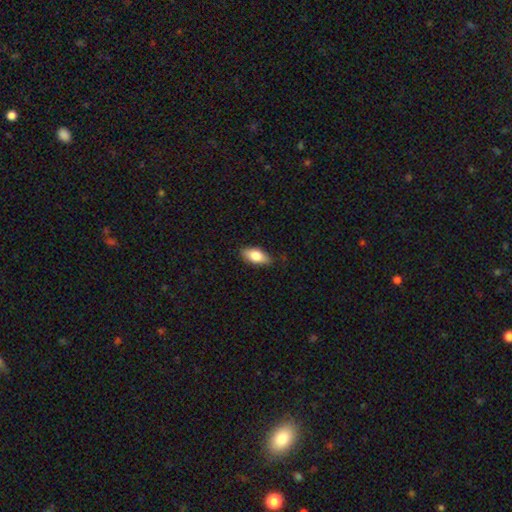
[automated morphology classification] This is likely a smooth galaxy (75%). How rounded: clearly in between (86%). Merging: clearly none (83%).